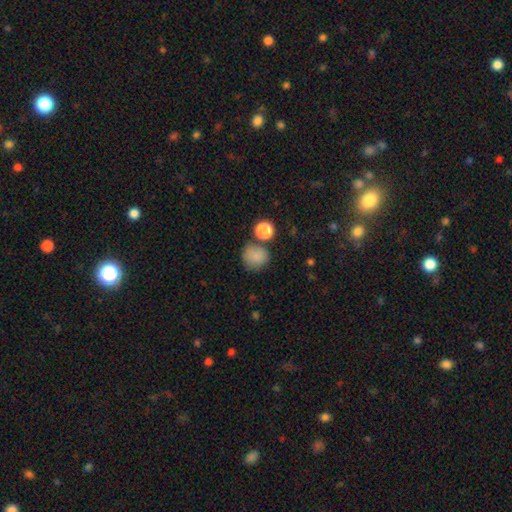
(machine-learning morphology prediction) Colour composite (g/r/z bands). It shows a smooth galaxy with no disk features (83%) that is round (85%). Merging: none (66%).